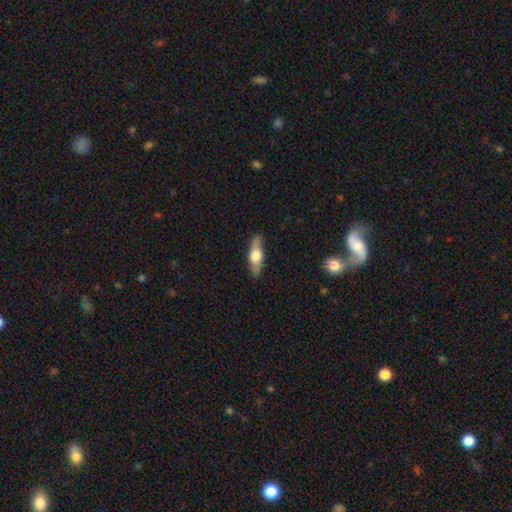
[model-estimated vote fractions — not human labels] Smooth or featured? smooth (48%)
Merging? none (86%)